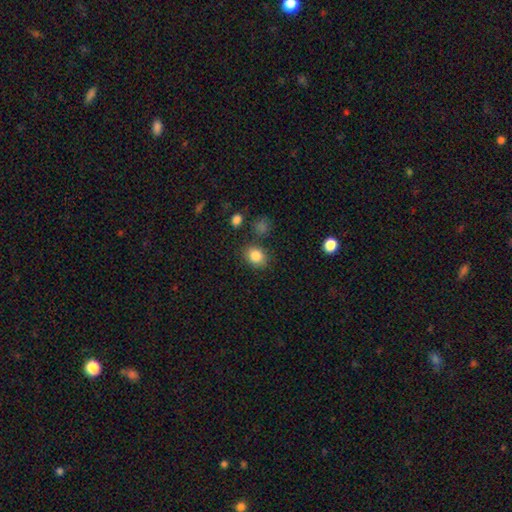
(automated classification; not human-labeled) Smooth or featured? Predicted: smooth (p=0.85). How rounded? Predicted: round (p=0.55). Merging? Predicted: none (p=0.79).